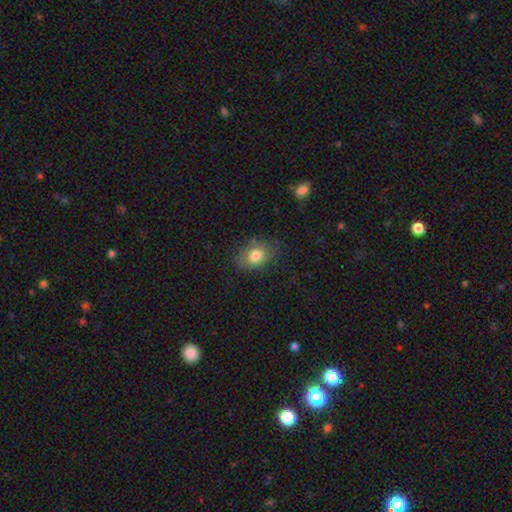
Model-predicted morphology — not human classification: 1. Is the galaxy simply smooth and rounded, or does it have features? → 79% smooth, 12% featured or disk, 9% star or artifact.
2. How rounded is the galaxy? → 74% in between, 24% round, 1% cigar-shaped.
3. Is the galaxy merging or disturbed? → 75% none, 19% minor disturbance, 5% major disturbance, 2% merger.